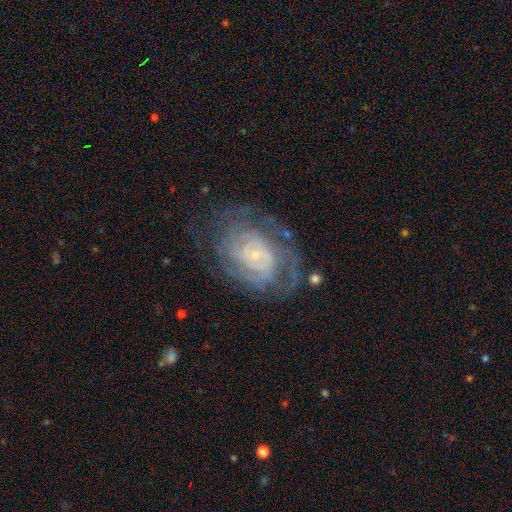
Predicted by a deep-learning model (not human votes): A featured or disk galaxy (85%) with no bar (66%), tight (70%) spiral arms (94%) and a small central bulge (82%).

Vote fractions:
- Smooth or featured? featured or disk: 85% / smooth: 8% / star or artifact: 7%
- Edge-on disk? no: 97% / yes: 3%
- Bar? no: 66% / weak: 28% / strong: 7%
- Spiral arms? yes: 94% / no: 6%
- Spiral winding? tight: 70% / medium: 25% / loose: 6%
- Spiral arm count? can't tell: 39% / 2: 23% / 3: 15% / 4: 12% / more than 4: 7% / 1: 6%
- Bulge size? small: 82% / moderate: 12% / none: 4% / large: 2% / dominant: 1%
- Merging? none: 66% / minor disturbance: 19% / major disturbance: 13% / merger: 2%